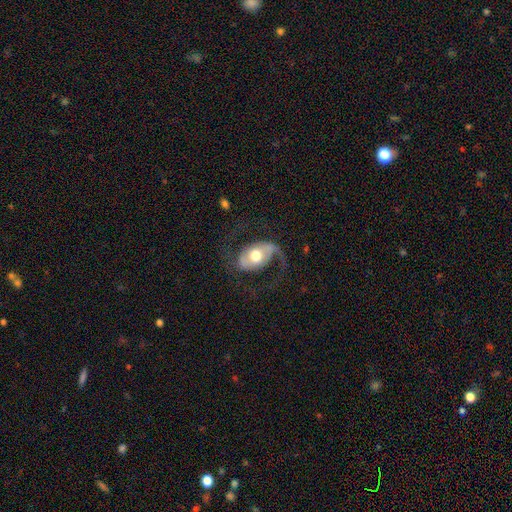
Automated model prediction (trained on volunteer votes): This is likely a featured or disk galaxy (78%). It is clearly not viewed edge-on (96%). Bar: possibly no (51%). Spiral arm pattern: clearly yes (91%). Spiral arm count: likely 2 (75%). Spiral winding: possibly loose (59%). Central bulge: likely moderate (67%). Merging: possibly none (58%).